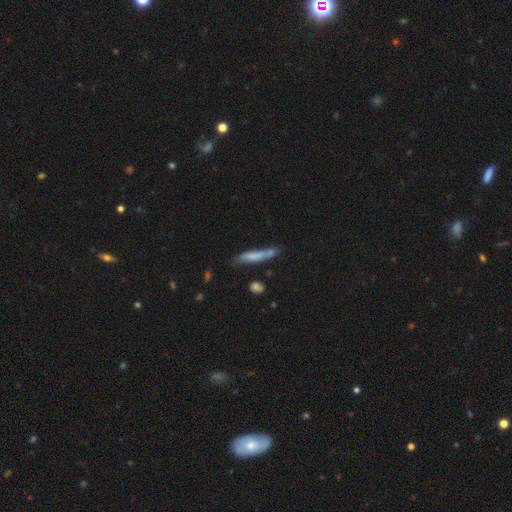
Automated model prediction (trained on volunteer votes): Q: Smooth or featured?
A: smooth (68%); runner-up: featured or disk (25%)
Q: How rounded?
A: cigar-shaped (91%); runner-up: in between (7%)
Q: Merging?
A: none (66%); runner-up: minor disturbance (21%)